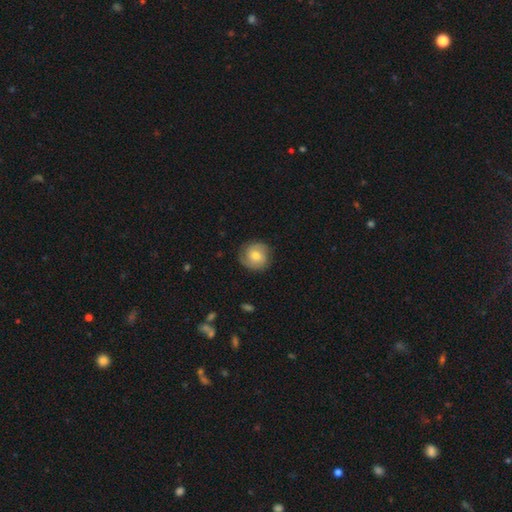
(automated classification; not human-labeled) The model was most divided on "smooth or featured": smooth: 52%, featured or disk: 41%, star or artifact: 7%. More confident: how rounded — round (89%); merging — none (80%).